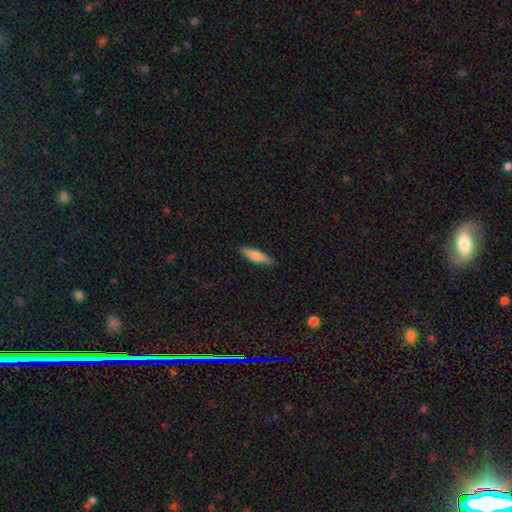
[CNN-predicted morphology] Smooth or featured? Predicted: smooth (p=0.74). How rounded? Predicted: cigar-shaped (p=0.65). Merging? Predicted: none (p=0.88).